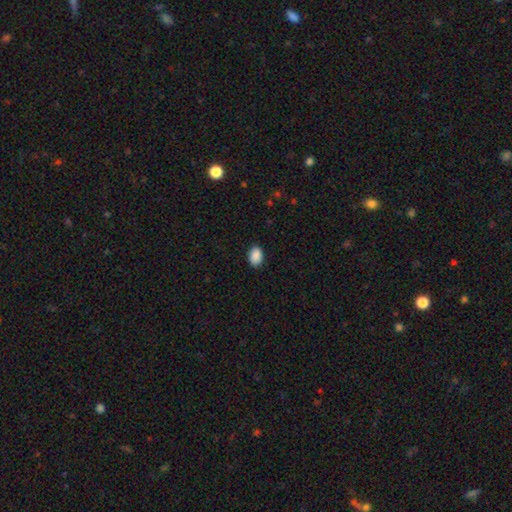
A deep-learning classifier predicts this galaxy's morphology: Q: Smooth or featured?
A: smooth (90%); runner-up: star or artifact (7%)
Q: How rounded?
A: in between (83%); runner-up: round (16%)
Q: Merging?
A: none (89%); runner-up: minor disturbance (8%)